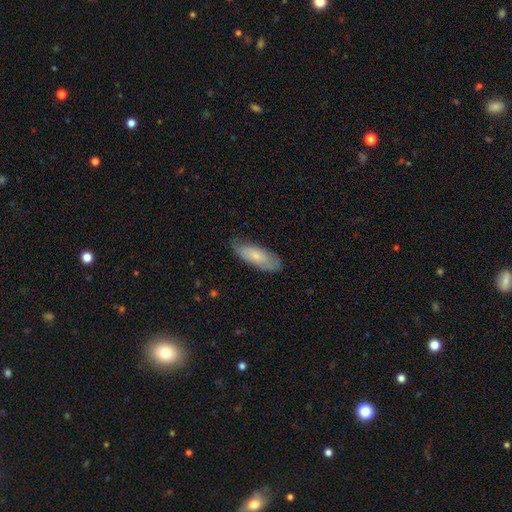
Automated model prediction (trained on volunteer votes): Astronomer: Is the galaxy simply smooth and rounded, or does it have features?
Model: smooth — 66%.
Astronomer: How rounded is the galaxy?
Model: in between — 75%.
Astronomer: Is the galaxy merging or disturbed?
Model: none — 69%.